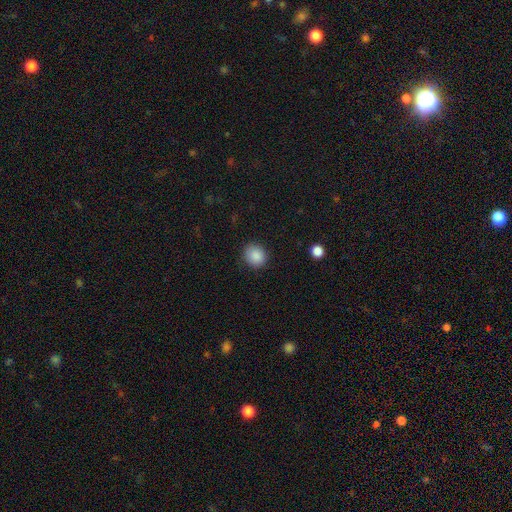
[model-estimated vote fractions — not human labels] smooth_or_featured: smooth (p=0.88) [alt: star or artifact p=0.09]
how_rounded: round (p=0.81) [alt: in between p=0.18]
merging: none (p=0.87) [alt: minor disturbance p=0.09]